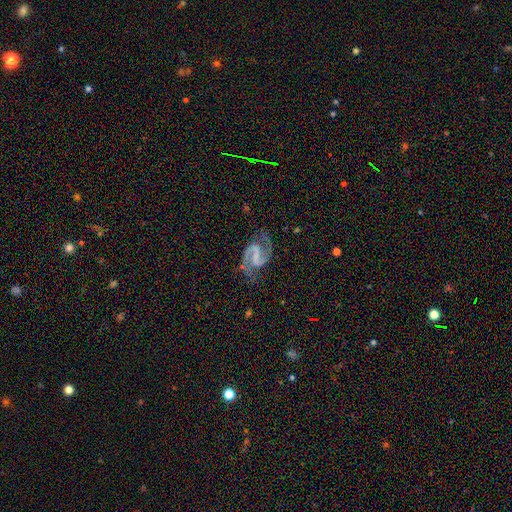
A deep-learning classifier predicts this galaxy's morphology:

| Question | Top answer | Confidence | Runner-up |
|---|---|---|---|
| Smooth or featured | featured or disk | 92% | star or artifact (5%) |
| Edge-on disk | no | 98% | yes (2%) |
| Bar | strong | 44% | weak (41%) |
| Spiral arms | yes | 98% | no (2%) |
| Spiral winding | medium | 60% | loose (26%) |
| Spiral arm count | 2 | 94% | can't tell (1%) |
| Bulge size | none | 58% | small (29%) |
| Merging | none | 76% | minor disturbance (15%) |